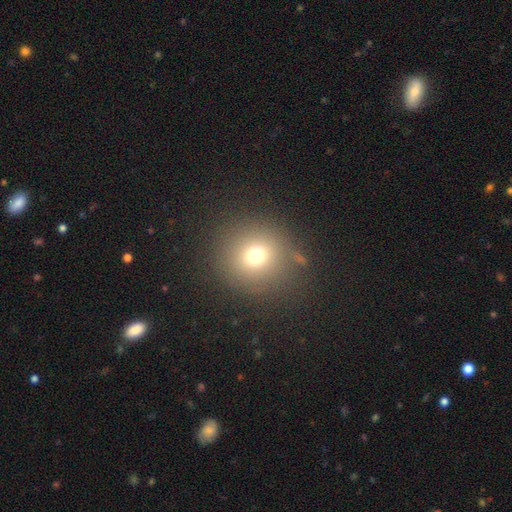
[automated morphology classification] Smooth or featured?
  - smooth: 70% *
  - star or artifact: 19%
  - featured or disk: 11%
How rounded?
  - round: 93% *
  - in between: 6%
  - cigar-shaped: 1%
Merging?
  - none: 83% *
  - minor disturbance: 8%
  - major disturbance: 5%
  - merger: 3%